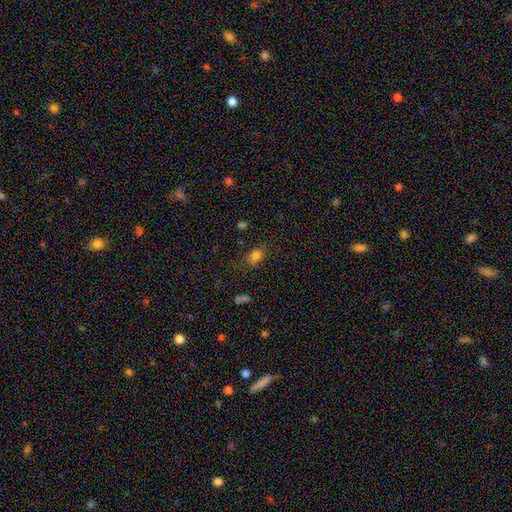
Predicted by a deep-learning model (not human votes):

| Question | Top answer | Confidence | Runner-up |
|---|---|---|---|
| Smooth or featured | smooth | 76% | star or artifact (17%) |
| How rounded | in between | 56% | round (42%) |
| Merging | none | 69% | minor disturbance (19%) |